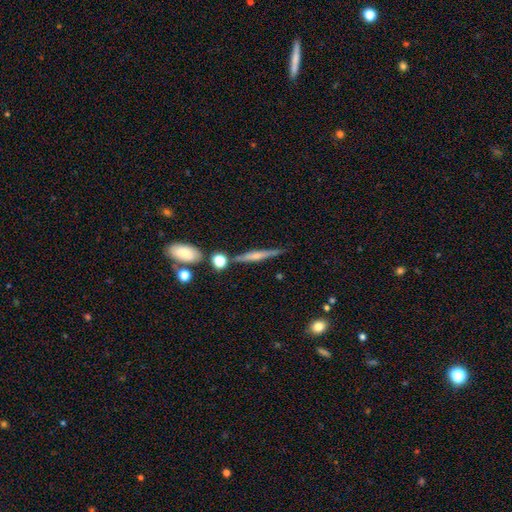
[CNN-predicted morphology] The model was most divided on "smooth or featured": featured or disk: 57%, smooth: 35%, star or artifact: 8%. More confident: edge-on disk — yes (94%); merging — none (75%); edge-on bulge — rounded (69%).